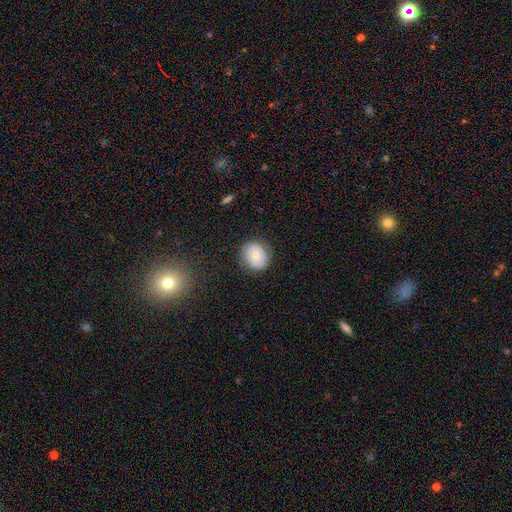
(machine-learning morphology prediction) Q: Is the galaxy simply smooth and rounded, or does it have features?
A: smooth — 56%.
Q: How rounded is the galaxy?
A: round — 75%.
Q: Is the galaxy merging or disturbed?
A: none — 79%.